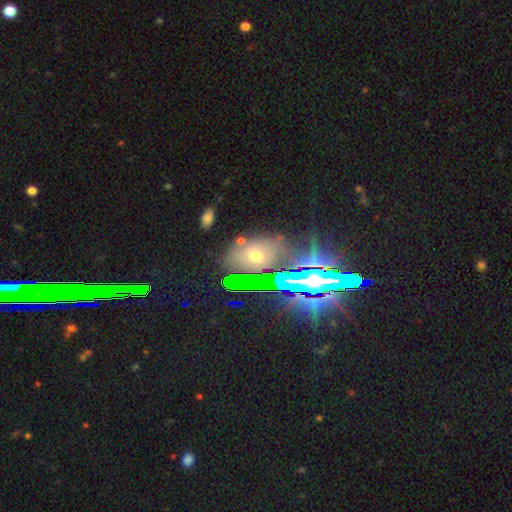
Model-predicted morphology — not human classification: Smooth or featured: smooth — 39% (star or artifact — 35%)
Merging: none — 75% (minor disturbance — 14%)